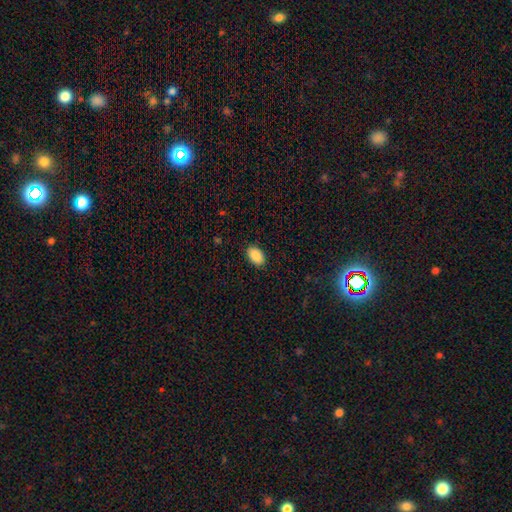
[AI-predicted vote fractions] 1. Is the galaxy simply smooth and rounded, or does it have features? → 89% smooth, 7% star or artifact, 4% featured or disk.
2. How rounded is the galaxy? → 90% in between, 9% round, 1% cigar-shaped.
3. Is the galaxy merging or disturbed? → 88% none, 9% minor disturbance, 2% major disturbance, 1% merger.